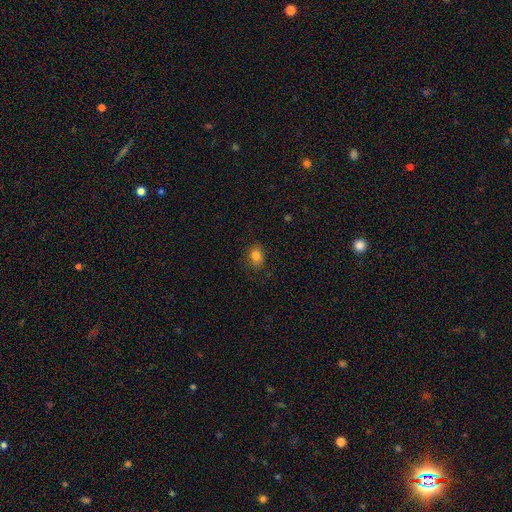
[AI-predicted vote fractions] Smooth or featured? smooth (81%)
How rounded? in between (53%)
Merging? none (79%)